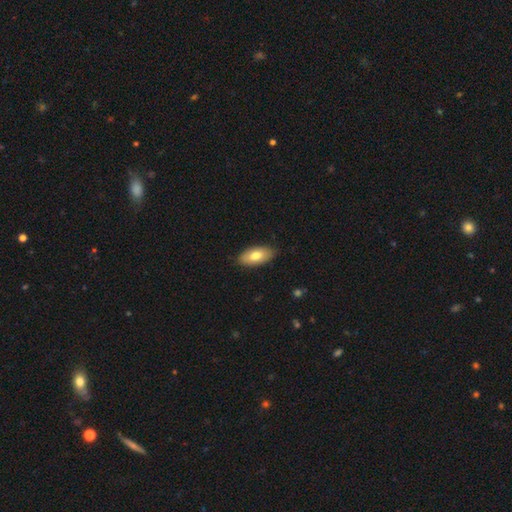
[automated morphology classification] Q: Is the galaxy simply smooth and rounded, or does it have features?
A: smooth — 75%.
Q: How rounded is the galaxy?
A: in between — 92%.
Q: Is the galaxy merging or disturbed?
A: none — 85%.